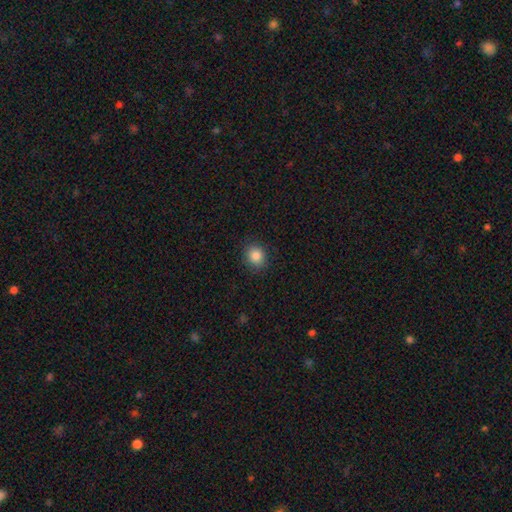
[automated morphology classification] Smooth or featured? Predicted: smooth (p=0.85). How rounded? Predicted: round (p=0.75). Merging? Predicted: none (p=0.89).